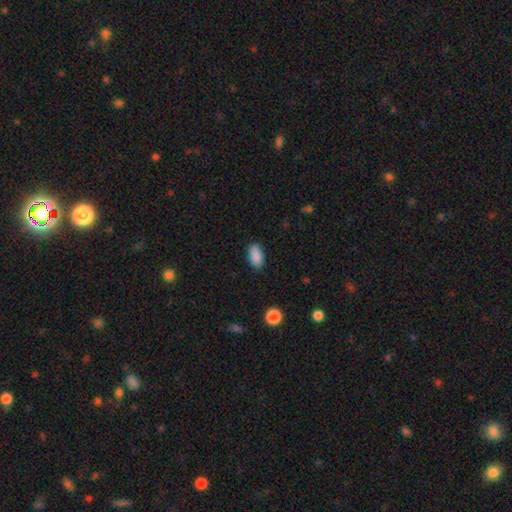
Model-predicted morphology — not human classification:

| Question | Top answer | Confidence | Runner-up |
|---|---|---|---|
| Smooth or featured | smooth | 89% | star or artifact (8%) |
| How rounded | in between | 93% | round (4%) |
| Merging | none | 86% | minor disturbance (10%) |